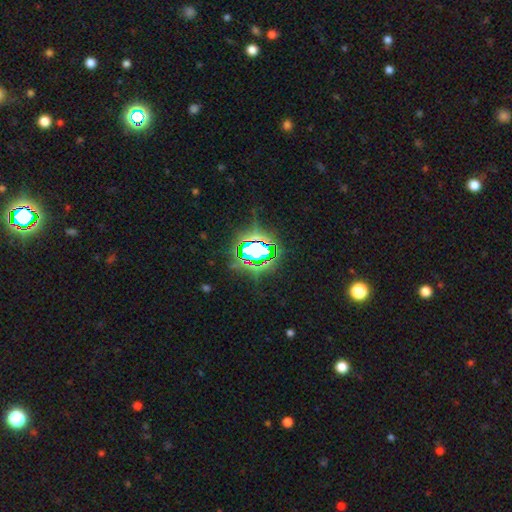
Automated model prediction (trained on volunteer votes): Q: Smooth or featured?
A: star or artifact (75%); runner-up: smooth (13%)